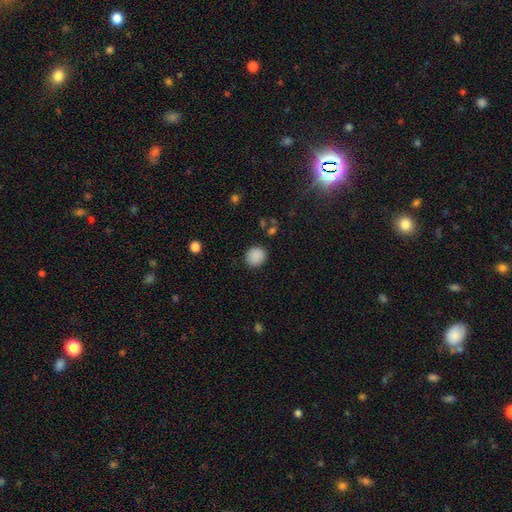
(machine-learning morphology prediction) This is clearly a smooth galaxy (88%). How rounded: clearly round (86%). Merging: clearly none (87%).